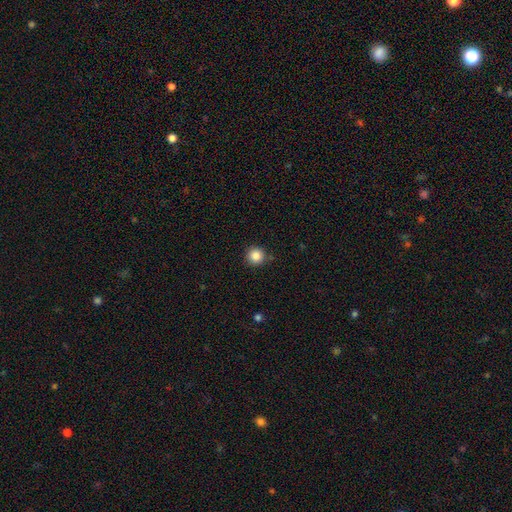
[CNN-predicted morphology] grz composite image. It shows a smooth galaxy with no disk features (86%) that is round (95%). Merging: none (87%).